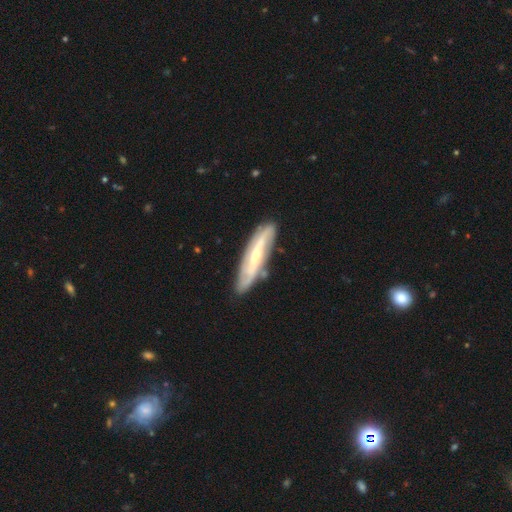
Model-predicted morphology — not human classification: Q: Smooth or featured?
A: featured or disk (71%); runner-up: smooth (23%)
Q: Edge-on disk?
A: no (59%); runner-up: yes (41%)
Q: Merging?
A: none (78%); runner-up: minor disturbance (16%)